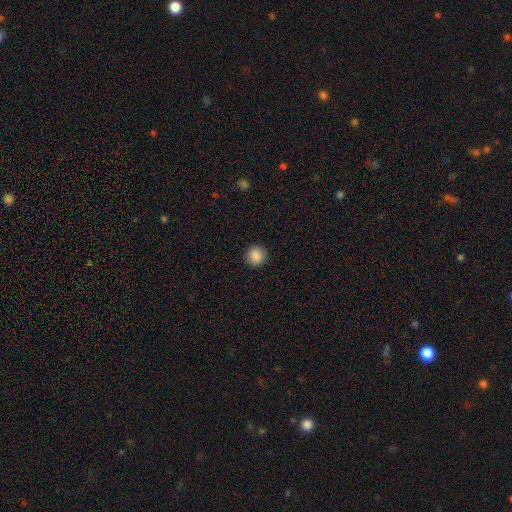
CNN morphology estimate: Smooth or featured: smooth — 88% (star or artifact — 9%)
How rounded: round — 92% (in between — 7%)
Merging: none — 92% (minor disturbance — 5%)